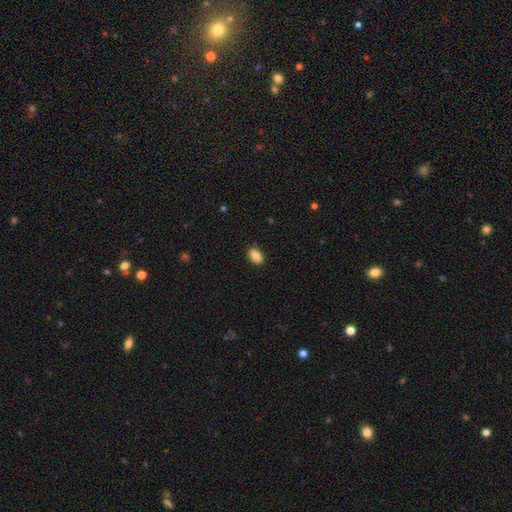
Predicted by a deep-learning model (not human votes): This is clearly a smooth galaxy (86%). How rounded: clearly in between (88%). Merging: clearly none (87%).